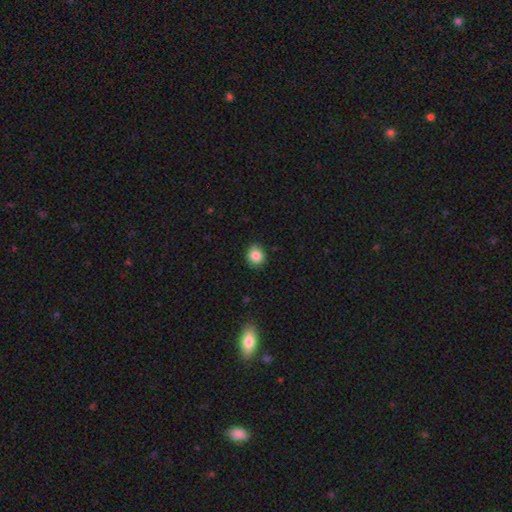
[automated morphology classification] Smooth or featured? Predicted: smooth (p=0.85). How rounded? Predicted: round (p=0.78). Merging? Predicted: none (p=0.86).